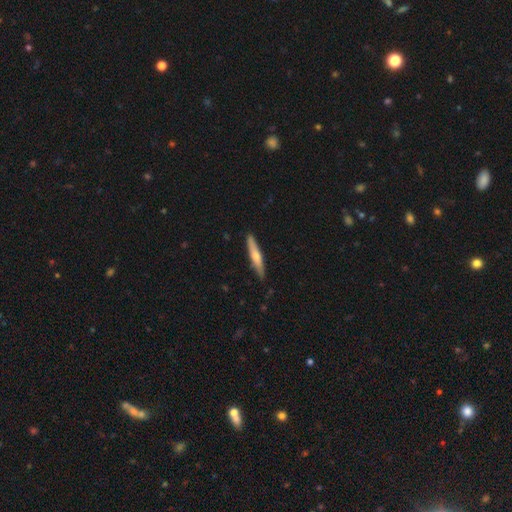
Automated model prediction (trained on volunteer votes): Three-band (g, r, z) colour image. It shows a smooth galaxy with no disk features (58%) that is cigar-shaped (91%). Merging: none (86%).